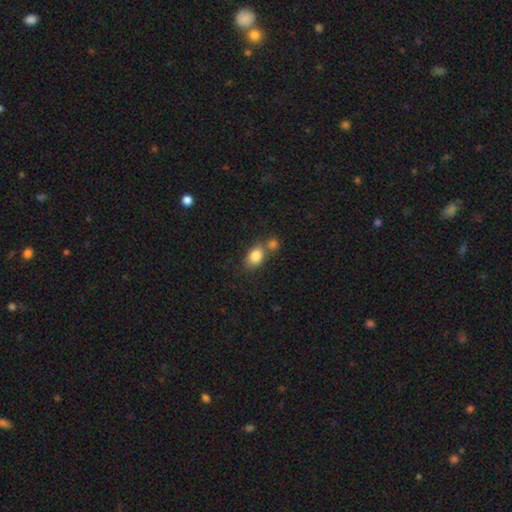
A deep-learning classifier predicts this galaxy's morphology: type=smooth (83%); roundness=in between (70%); merging=none (46%).